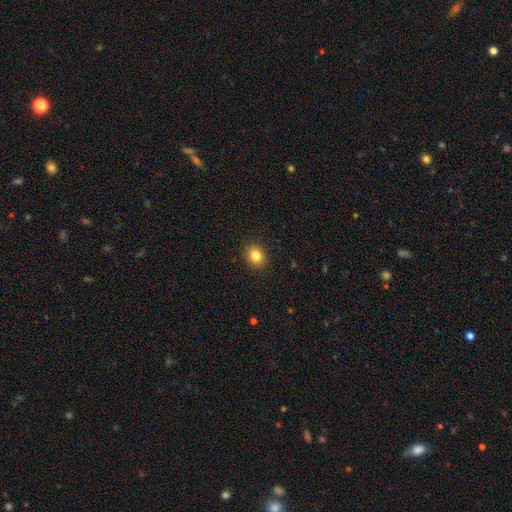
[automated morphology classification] A smooth galaxy with no disk features (83%) that is round (64%).

Vote fractions:
- Smooth or featured? smooth: 83% / star or artifact: 11% / featured or disk: 6%
- How rounded? round: 64% / in between: 35% / cigar-shaped: 1%
- Merging? none: 90% / minor disturbance: 7% / major disturbance: 2% / merger: 1%